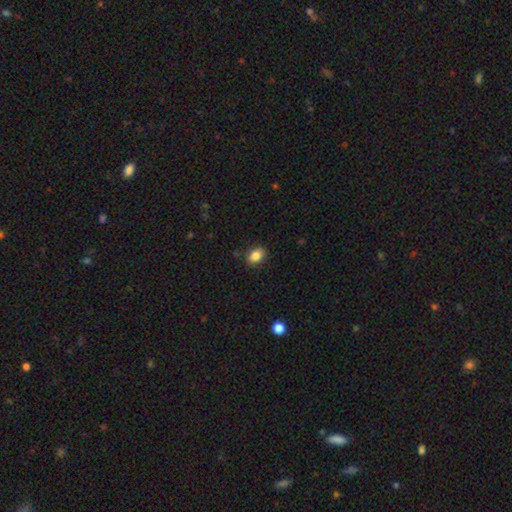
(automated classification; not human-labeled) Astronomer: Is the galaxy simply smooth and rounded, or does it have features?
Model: smooth — 86%.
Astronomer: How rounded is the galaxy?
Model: in between — 76%.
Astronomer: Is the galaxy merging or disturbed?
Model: none — 86%.